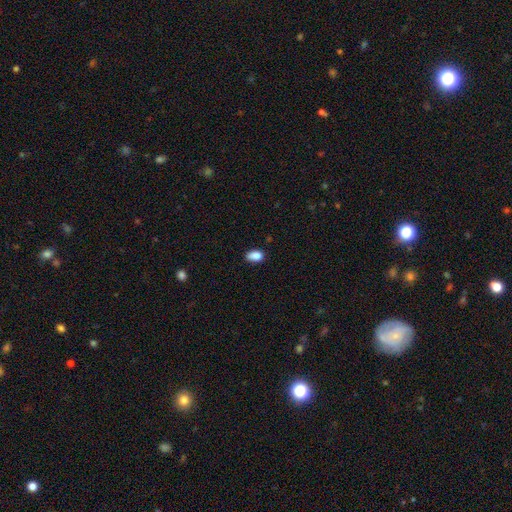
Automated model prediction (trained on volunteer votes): Smooth or featured? Predicted: smooth (p=0.87). How rounded? Predicted: in between (p=0.89). Merging? Predicted: none (p=0.75).